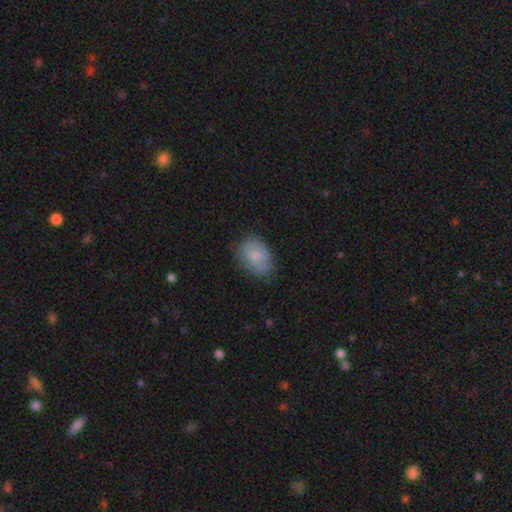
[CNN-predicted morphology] type=smooth (64%); roundness=in between (83%); merging=none (60%).